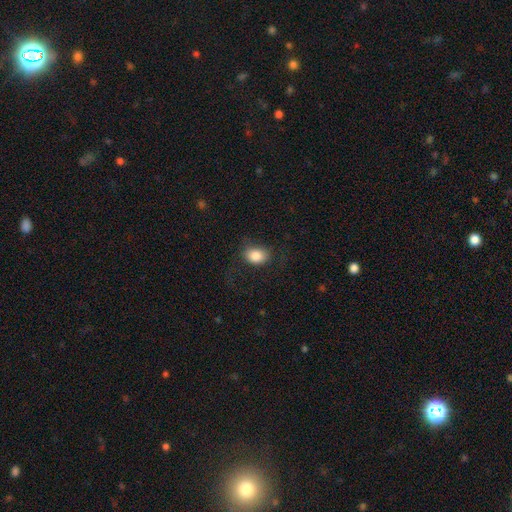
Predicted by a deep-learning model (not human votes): This appears to be a smooth galaxy with no disk features (84%) that is in between round and cigar-shaped (71%). Merging: none (69%).